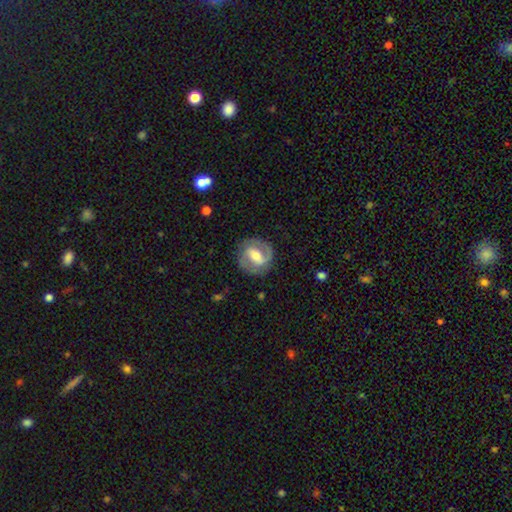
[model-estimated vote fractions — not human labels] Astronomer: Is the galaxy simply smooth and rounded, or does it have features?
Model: featured or disk — 76%.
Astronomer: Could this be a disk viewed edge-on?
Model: no — 97%.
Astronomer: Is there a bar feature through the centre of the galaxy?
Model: weak — 43% (runner-up: strong, 40%).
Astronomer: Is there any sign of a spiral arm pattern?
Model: yes — 87%.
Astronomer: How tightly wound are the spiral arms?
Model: medium — 49% (runner-up: tight, 35%).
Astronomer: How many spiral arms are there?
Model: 2 — 87%.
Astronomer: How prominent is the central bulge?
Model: moderate — 62%.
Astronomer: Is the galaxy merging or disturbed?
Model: none — 82%.